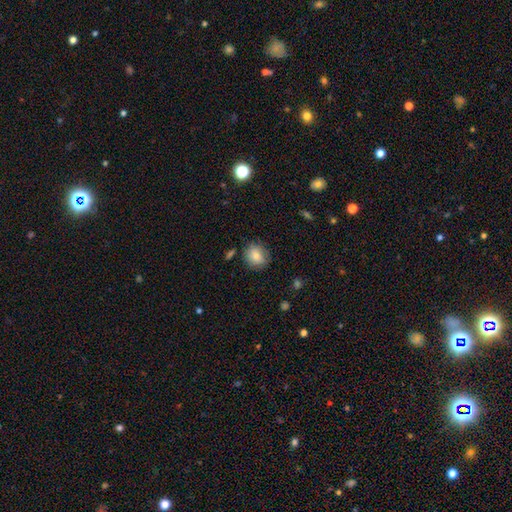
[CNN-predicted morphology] Smooth or featured: smooth — 79% (featured or disk — 12%)
How rounded: round — 81% (in between — 18%)
Merging: none — 81% (minor disturbance — 13%)